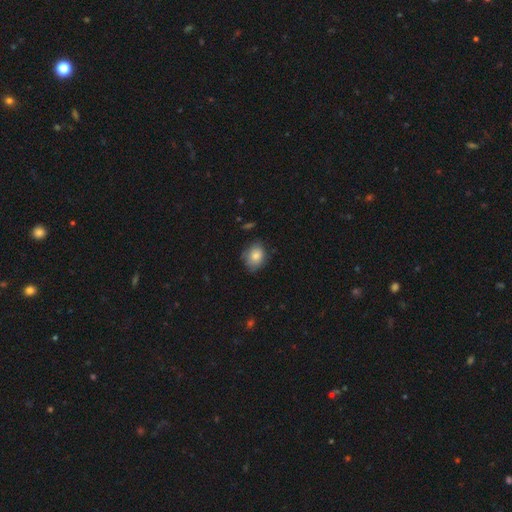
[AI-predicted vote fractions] A smooth galaxy with no disk features (82%) that is in between round and cigar-shaped (56%).

Vote fractions:
- Smooth or featured? smooth: 82% / featured or disk: 10% / star or artifact: 8%
- How rounded? in between: 56% / round: 43% / cigar-shaped: 1%
- Merging? none: 69% / minor disturbance: 24% / major disturbance: 5% / merger: 2%